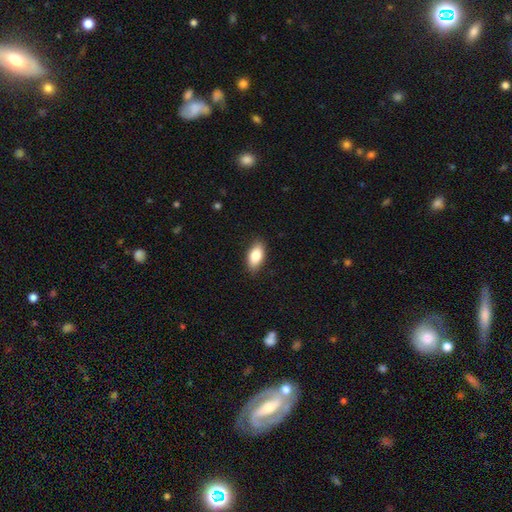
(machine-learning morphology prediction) This is clearly a smooth galaxy (83%). How rounded: clearly in between (90%). Merging: clearly none (87%).